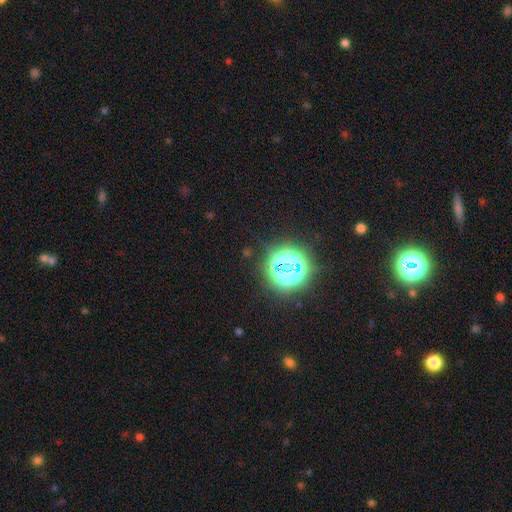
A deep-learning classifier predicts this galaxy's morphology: This appears to be a star or artifact, not a galaxy (81%).